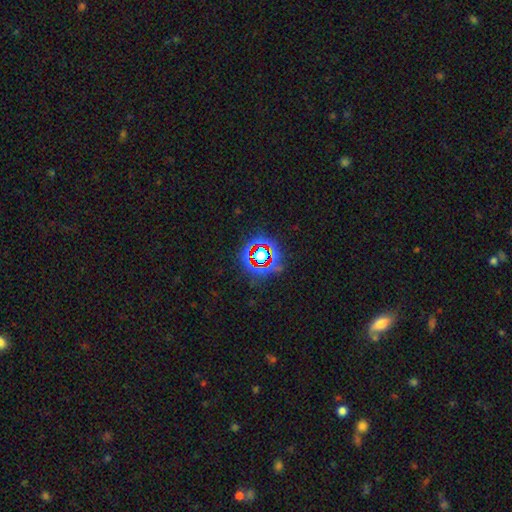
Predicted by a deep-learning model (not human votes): smooth_or_featured: star or artifact (p=0.70) [alt: smooth p=0.19]